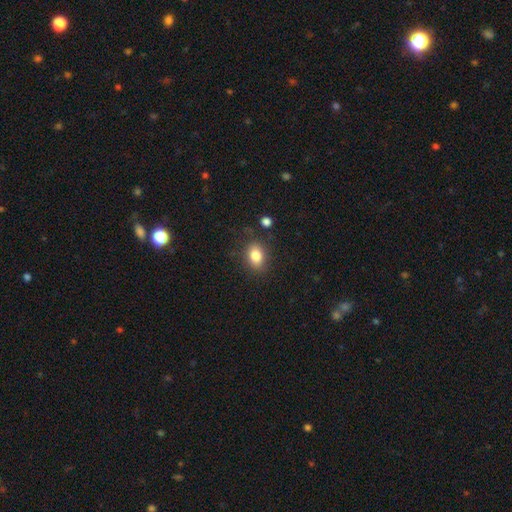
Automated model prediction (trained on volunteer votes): smooth 83%, star or artifact 10%, featured or disk 8%. Down the decision tree: how rounded — in between (74%); merging — none (82%).